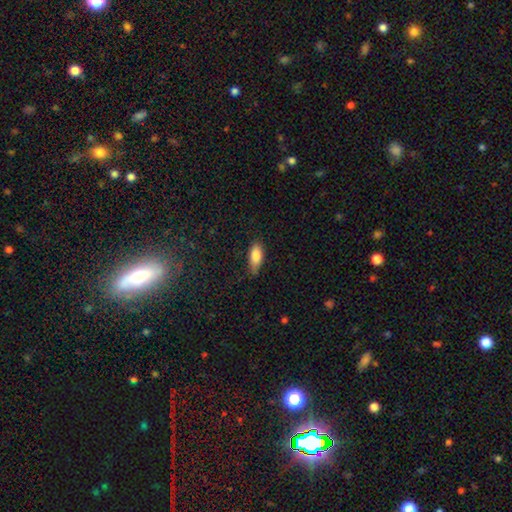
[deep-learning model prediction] Smooth or featured? smooth (83%)
How rounded? in between (81%)
Merging? none (72%)